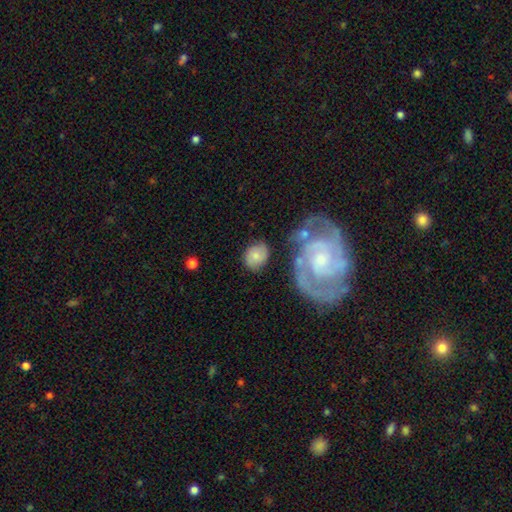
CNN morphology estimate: Smooth or featured: smooth — 59% (featured or disk — 34%)
How rounded: round — 55% (in between — 44%)
Merging: none — 69% (minor disturbance — 16%)